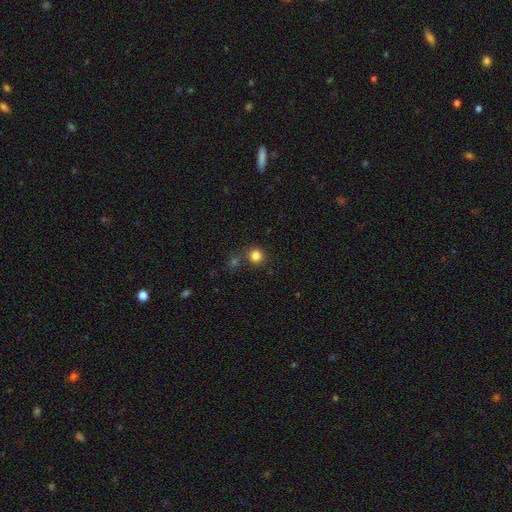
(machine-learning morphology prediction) smooth_or_featured: smooth (p=0.83) [alt: star or artifact p=0.13]
how_rounded: round (p=0.91) [alt: in between p=0.08]
merging: none (p=0.76) [alt: merger p=0.12]